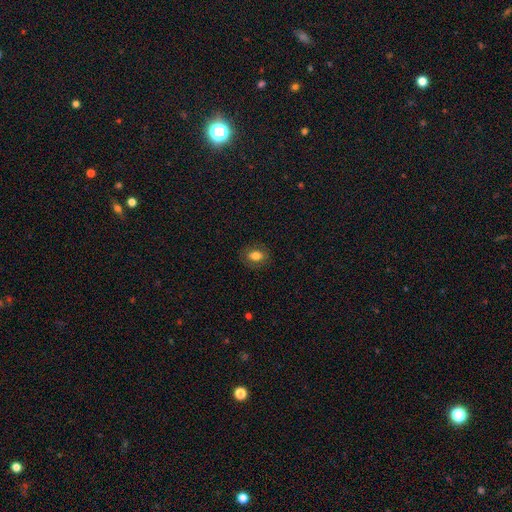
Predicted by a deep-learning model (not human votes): smooth_or_featured: smooth (p=0.80) [alt: featured or disk p=0.10]
how_rounded: in between (p=0.67) [alt: round p=0.31]
merging: none (p=0.85) [alt: minor disturbance p=0.11]